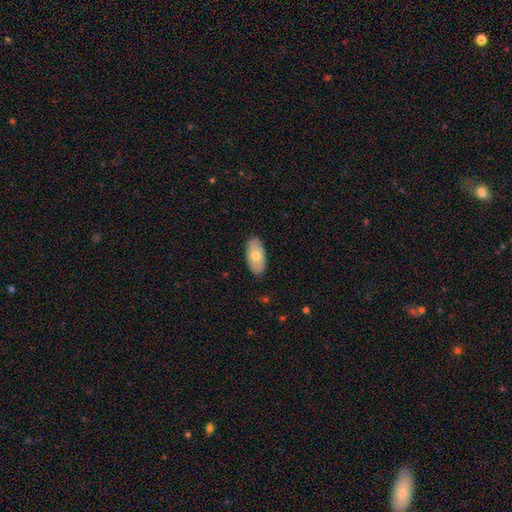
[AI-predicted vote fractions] This appears to be a smooth galaxy with no disk features (67%) that is in between round and cigar-shaped (94%). Merging: none (88%).